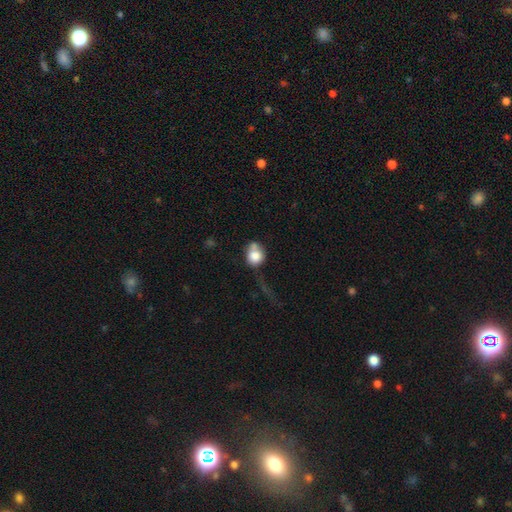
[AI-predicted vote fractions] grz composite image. It shows a smooth galaxy with no disk features (75%) that is round (67%). Merging: none (32%).